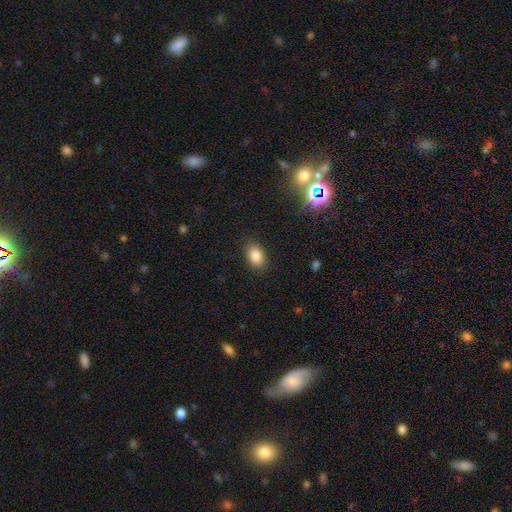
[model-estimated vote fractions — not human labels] smooth-or-featured: smooth: 85% | star or artifact: 9% | featured or disk: 5%
  how-rounded: in between: 84% | round: 15% | cigar-shaped: 1%
  merging: none: 86% | minor disturbance: 10% | major disturbance: 3% | merger: 1%